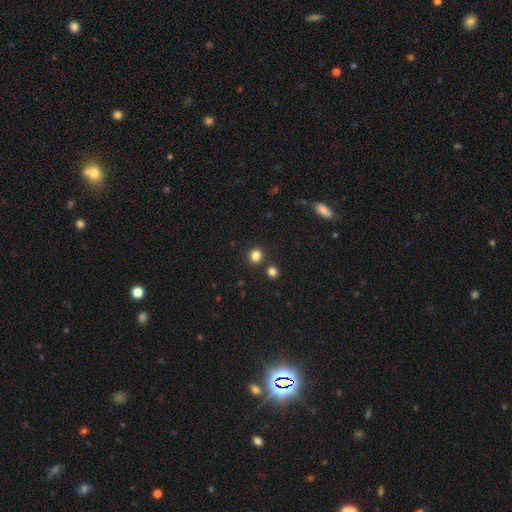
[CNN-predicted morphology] Overall: smooth (82%). How rounded: round (84%). Merging: none (84%).